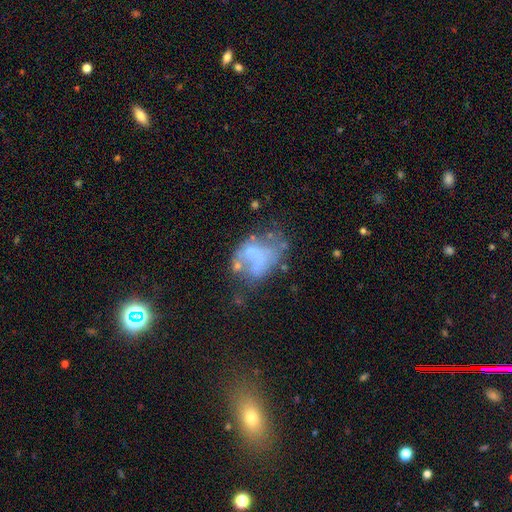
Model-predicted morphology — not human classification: Q: Smooth or featured?
A: featured or disk (49%); runner-up: smooth (35%)
Q: Merging?
A: none (34%); runner-up: major disturbance (29%)